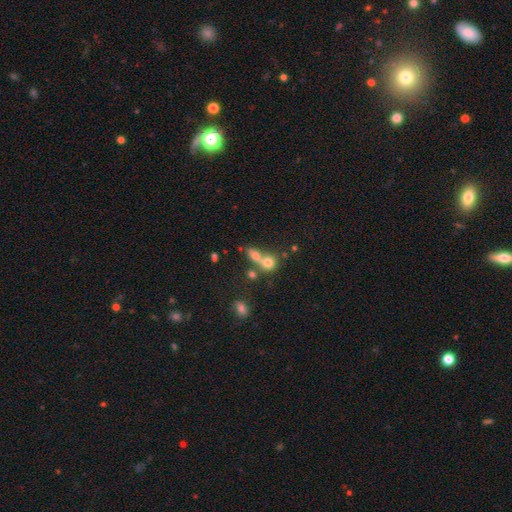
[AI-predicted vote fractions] Q: Smooth or featured?
A: smooth (69%); runner-up: featured or disk (17%)
Q: How rounded?
A: in between (47%); runner-up: round (44%)
Q: Merging?
A: merger (58%); runner-up: none (29%)